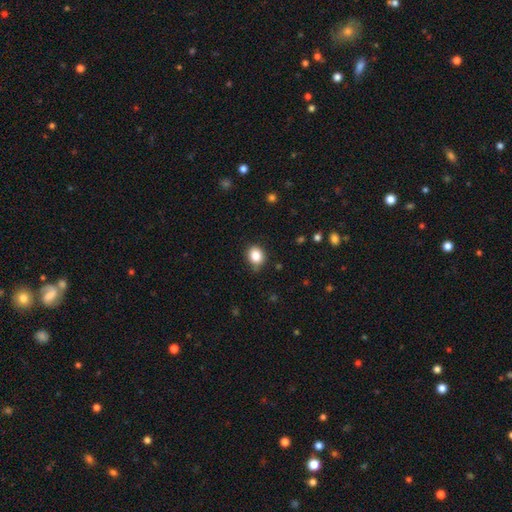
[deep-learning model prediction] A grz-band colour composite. It shows a smooth galaxy with no disk features (85%) that is round (57%). Merging: none (77%).